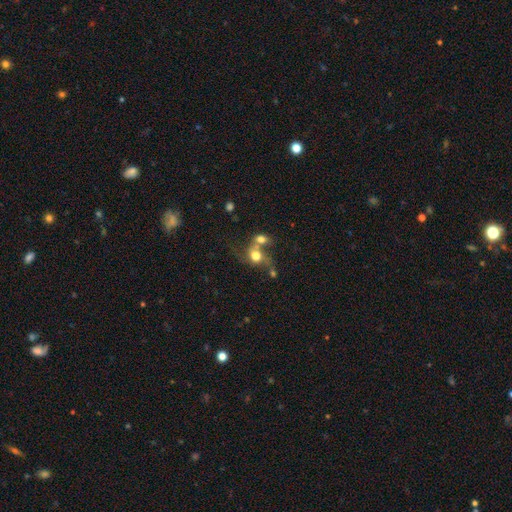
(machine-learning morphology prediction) smooth-or-featured: smooth: 63% | featured or disk: 25% | star or artifact: 11%
  how-rounded: round: 60% | in between: 38% | cigar-shaped: 2%
  merging: merger: 56% | none: 22% | major disturbance: 11% | minor disturbance: 10%